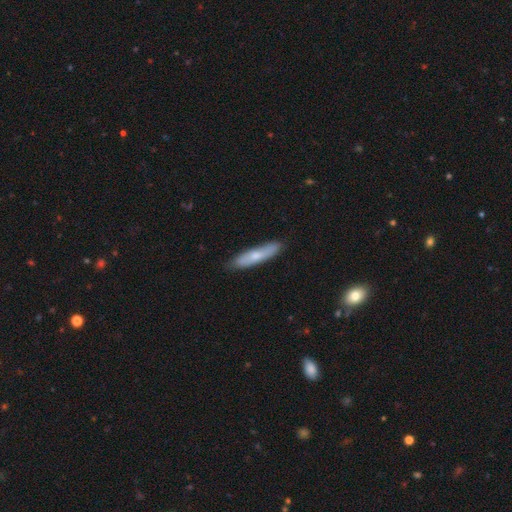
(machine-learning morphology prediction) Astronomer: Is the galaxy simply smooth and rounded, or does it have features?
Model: smooth — 64%.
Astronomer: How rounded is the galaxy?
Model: cigar-shaped — 82%.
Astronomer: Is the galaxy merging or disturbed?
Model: none — 83%.